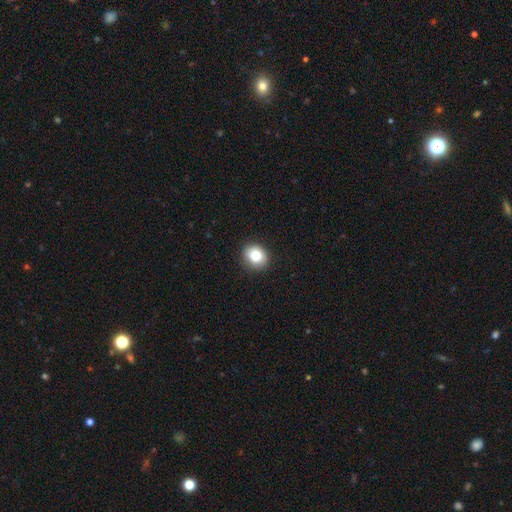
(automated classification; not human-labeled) A smooth galaxy with no disk features (83%) that is round (66%). Merging: none (90%).